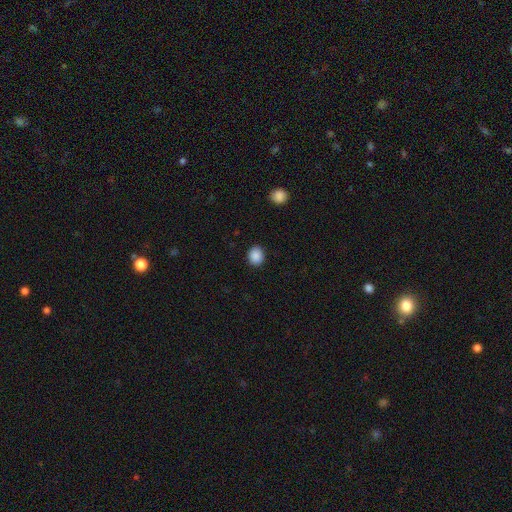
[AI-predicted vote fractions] smooth_or_featured: smooth (p=0.89) [alt: star or artifact p=0.09]
how_rounded: round (p=0.64) [alt: in between p=0.35]
merging: none (p=0.90) [alt: minor disturbance p=0.07]